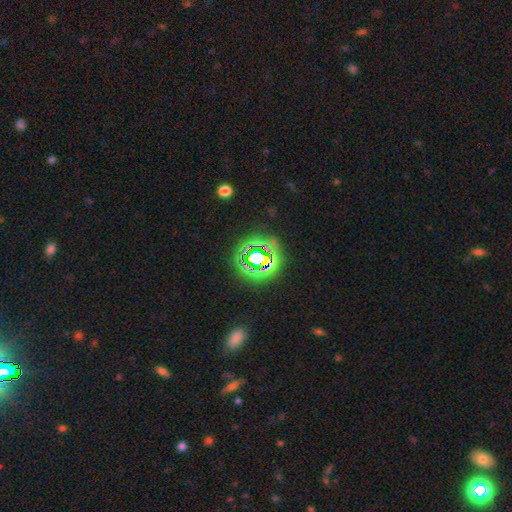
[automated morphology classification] This appears to be a star or artifact, not a galaxy (67%).